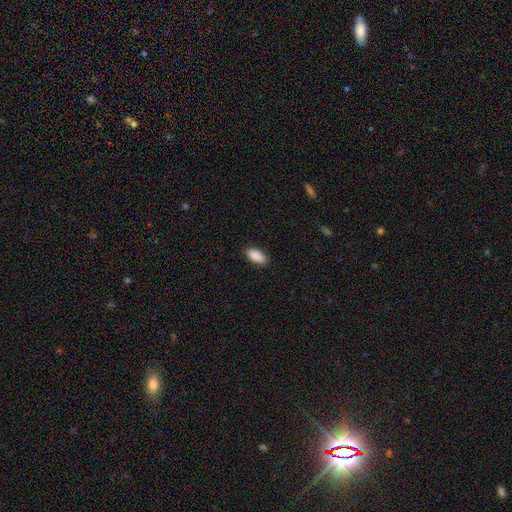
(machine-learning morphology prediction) Smooth or featured: smooth — 90% (star or artifact — 7%)
How rounded: in between — 92% (cigar-shaped — 6%)
Merging: none — 86% (minor disturbance — 11%)